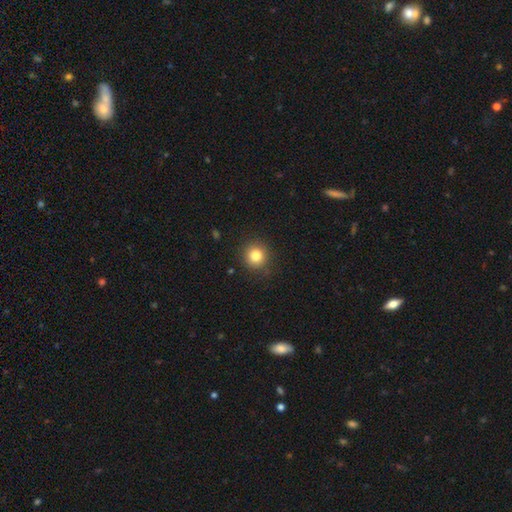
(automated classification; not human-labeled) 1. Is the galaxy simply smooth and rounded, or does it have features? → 83% smooth, 11% star or artifact, 6% featured or disk.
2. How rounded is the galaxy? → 92% round, 7% in between, 1% cigar-shaped.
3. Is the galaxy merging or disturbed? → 89% none, 8% minor disturbance, 2% major disturbance, 1% merger.